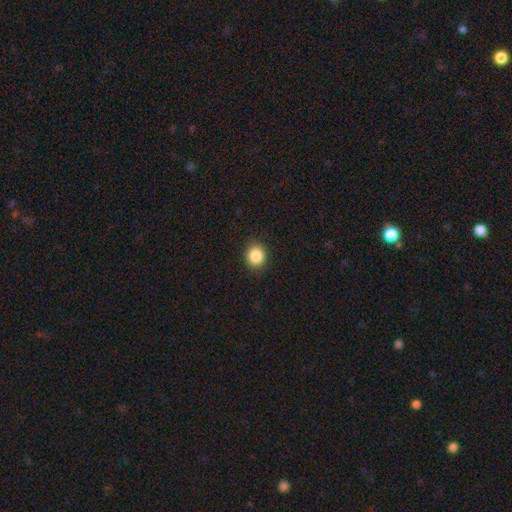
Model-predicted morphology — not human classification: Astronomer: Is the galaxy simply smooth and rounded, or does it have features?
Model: smooth — 87%.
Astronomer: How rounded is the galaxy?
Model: round — 80%.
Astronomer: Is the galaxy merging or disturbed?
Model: none — 90%.